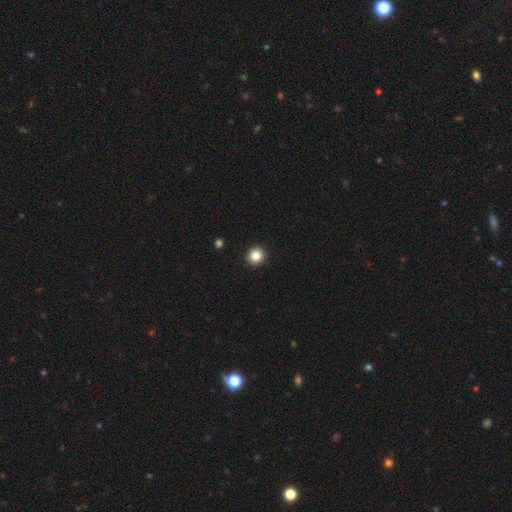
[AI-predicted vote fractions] This appears to be a smooth galaxy with no disk features (85%) that is round (93%). Merging: none (93%).